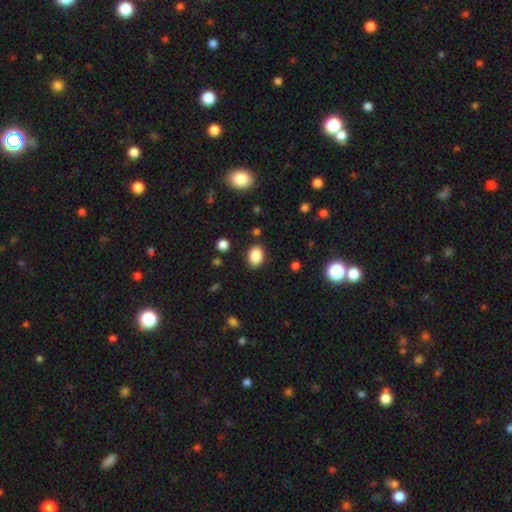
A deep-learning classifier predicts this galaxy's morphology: Q: Smooth or featured?
A: smooth (86%); runner-up: star or artifact (9%)
Q: How rounded?
A: in between (75%); runner-up: round (24%)
Q: Merging?
A: none (87%); runner-up: minor disturbance (9%)